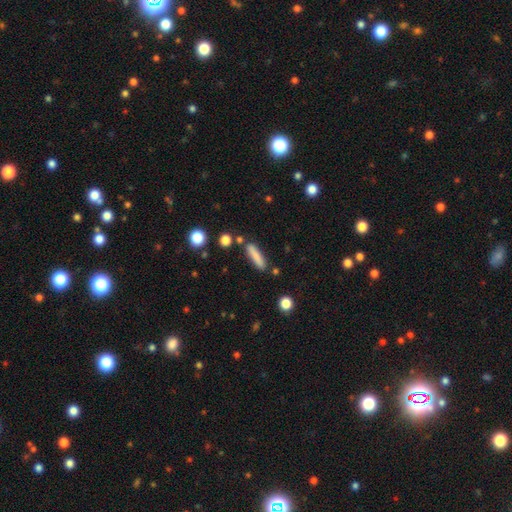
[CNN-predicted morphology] smooth-or-featured: smooth: 83% | featured or disk: 10% | star or artifact: 7%
  how-rounded: cigar-shaped: 79% | in between: 19% | round: 2%
  merging: none: 81% | minor disturbance: 11% | merger: 5% | major disturbance: 3%